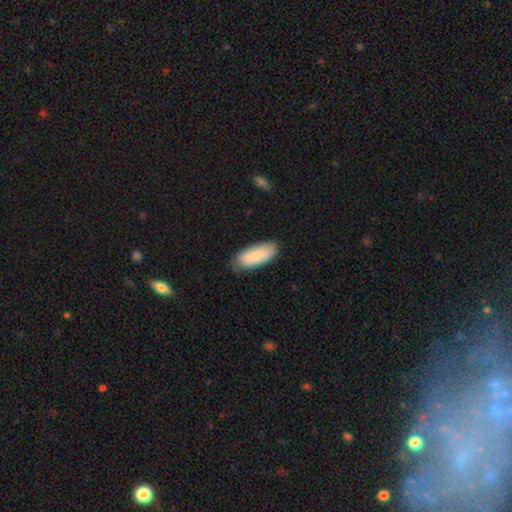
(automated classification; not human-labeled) Smooth or featured: smooth — 83% (featured or disk — 11%)
How rounded: in between — 81% (cigar-shaped — 17%)
Merging: none — 82% (minor disturbance — 14%)